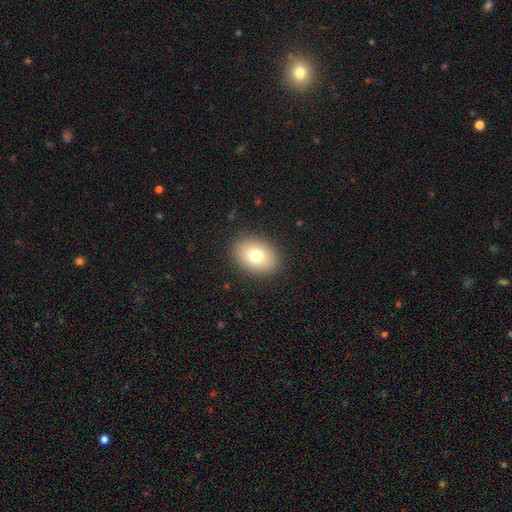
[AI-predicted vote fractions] A smooth galaxy with no disk features (77%) that is in between round and cigar-shaped (72%). Merging: none (89%).